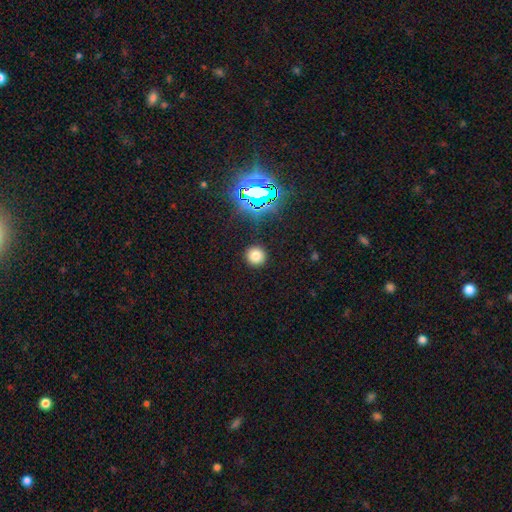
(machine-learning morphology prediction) smooth-or-featured: smooth: 74% | star or artifact: 20% | featured or disk: 6%
  how-rounded: round: 94% | in between: 5% | cigar-shaped: 1%
  merging: none: 91% | minor disturbance: 5% | major disturbance: 2% | merger: 1%